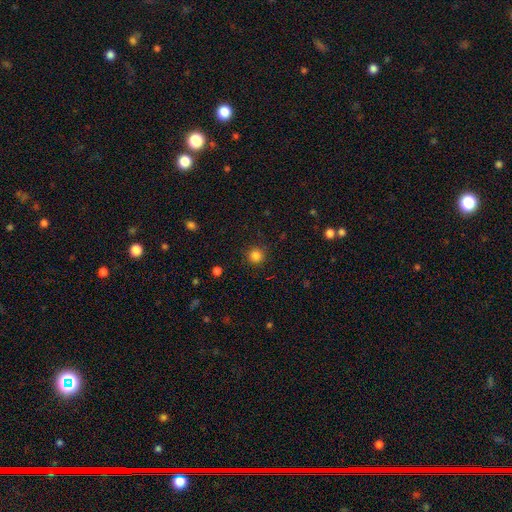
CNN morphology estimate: Smooth or featured? Predicted: smooth (p=0.83). How rounded? Predicted: round (p=0.95). Merging? Predicted: none (p=0.91).